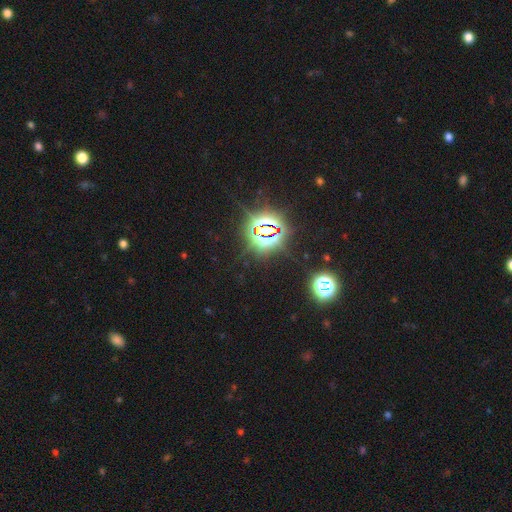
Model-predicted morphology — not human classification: Smooth or featured: star or artifact — 83% (smooth — 11%)